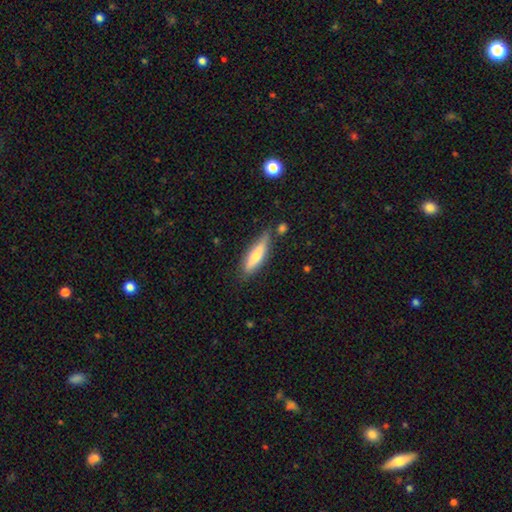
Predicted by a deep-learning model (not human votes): Smooth or featured? smooth (63%)
How rounded? cigar-shaped (70%)
Merging? none (73%)